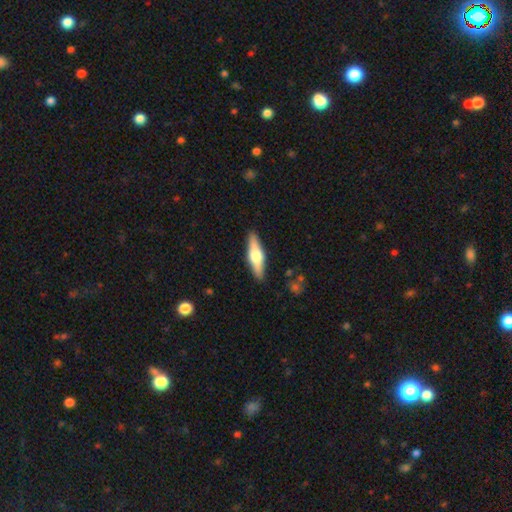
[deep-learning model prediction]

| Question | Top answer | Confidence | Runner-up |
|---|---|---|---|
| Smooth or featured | featured or disk | 52% | smooth (43%) |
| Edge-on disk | yes | 93% | no (7%) |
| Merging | none | 89% | minor disturbance (8%) |